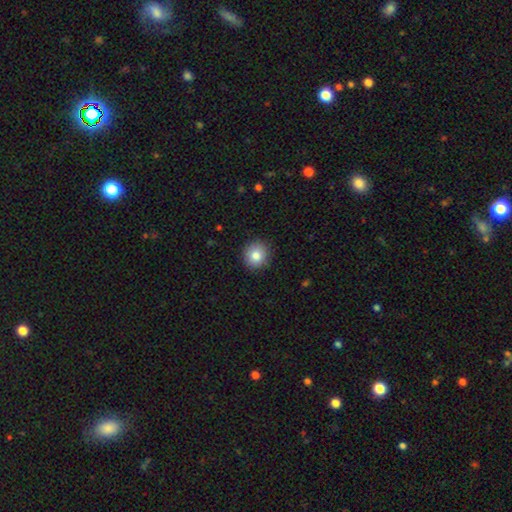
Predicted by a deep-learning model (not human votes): smooth 82%, star or artifact 9%, featured or disk 9%. Down the decision tree: how rounded — round (88%); merging — none (90%).